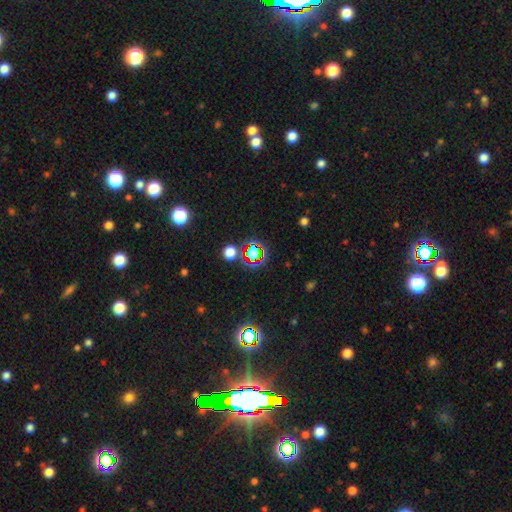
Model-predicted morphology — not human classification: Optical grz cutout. It shows a star or artifact, not a galaxy (63%).